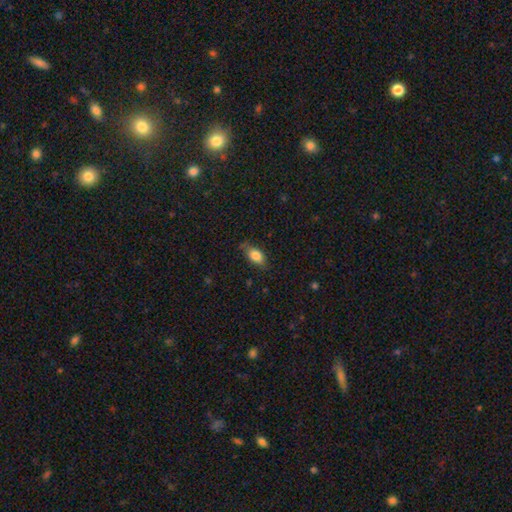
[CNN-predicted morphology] A smooth galaxy with no disk features (80%) that is in between round and cigar-shaped (87%). Merging: none (73%).